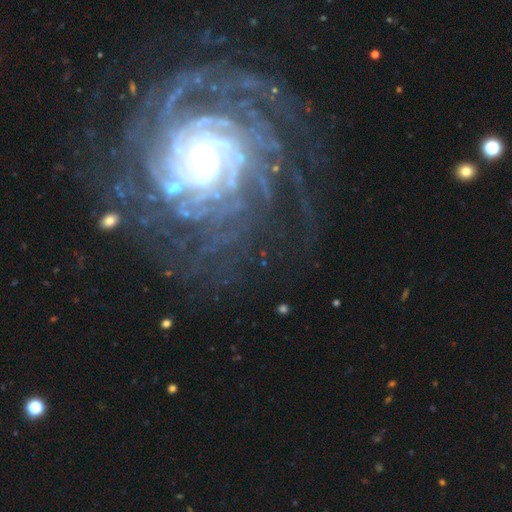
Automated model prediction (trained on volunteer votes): Smooth or featured: featured or disk — 89% (star or artifact — 7%)
Edge-on disk: no — 98% (yes — 2%)
Bar: no — 60% (weak — 25%)
Spiral arms: yes — 98% (no — 2%)
Spiral winding: tight — 81% (medium — 15%)
Spiral arm count: more than 4 — 35% (can't tell — 19%)
Bulge size: small — 65% (moderate — 27%)
Merging: none — 77% (minor disturbance — 13%)